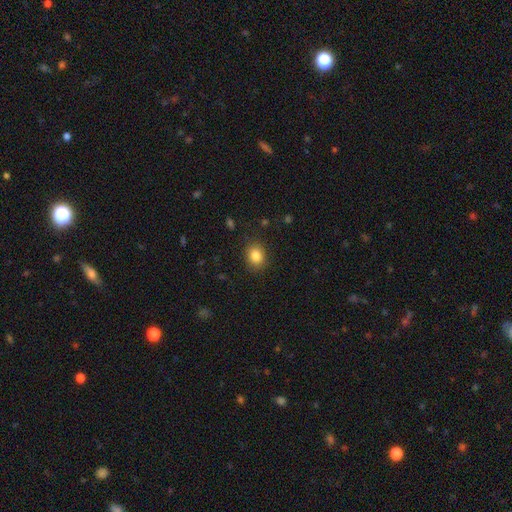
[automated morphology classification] Overall: smooth (84%). How rounded: round (57%; in between 43%). Merging: none (86%).